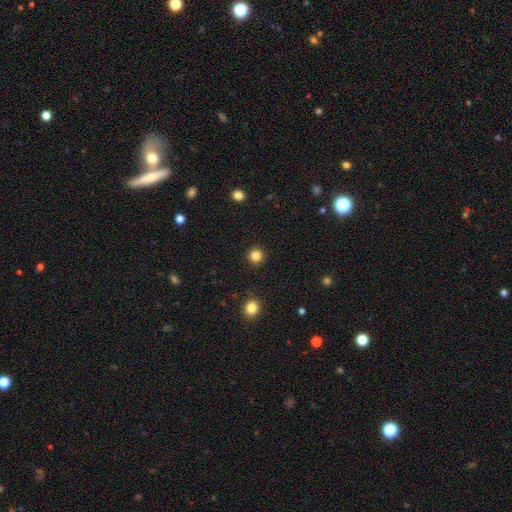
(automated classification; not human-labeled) Smooth or featured: smooth — 84% (star or artifact — 12%)
How rounded: round — 95% (in between — 5%)
Merging: none — 92% (minor disturbance — 5%)